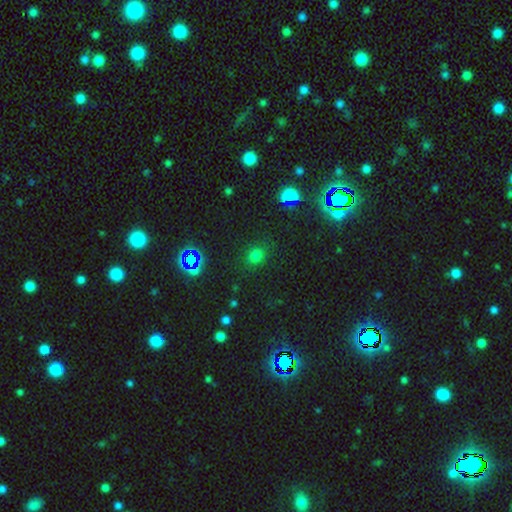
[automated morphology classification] Smooth or featured? Predicted: smooth (p=0.67). How rounded? Predicted: round (p=0.68). Merging? Predicted: none (p=0.83).